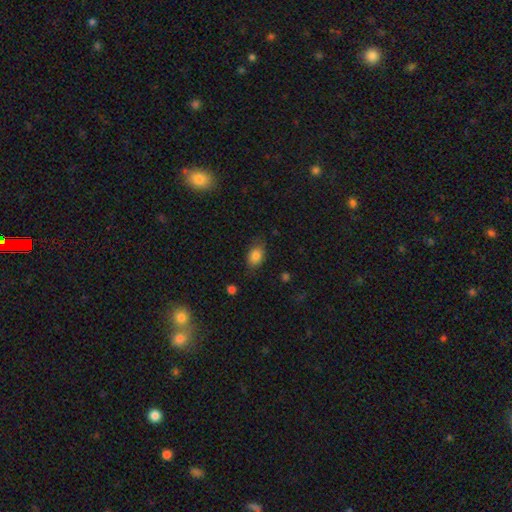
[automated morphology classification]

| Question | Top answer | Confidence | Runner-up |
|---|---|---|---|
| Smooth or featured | smooth | 83% | star or artifact (9%) |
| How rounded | in between | 78% | round (21%) |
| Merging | none | 74% | minor disturbance (20%) |